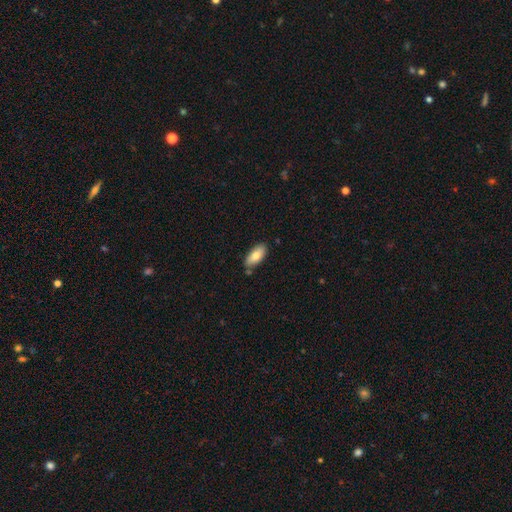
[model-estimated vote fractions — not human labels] Smooth or featured: smooth — 80% (featured or disk — 14%)
How rounded: in between — 85% (cigar-shaped — 13%)
Merging: none — 80% (minor disturbance — 14%)